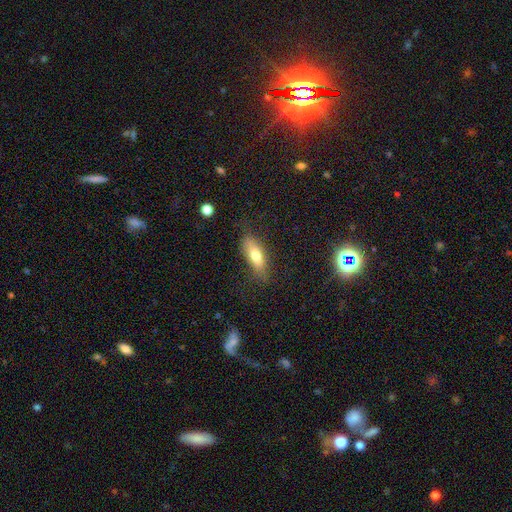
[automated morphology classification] smooth 70%, featured or disk 23%, star or artifact 8%. Down the decision tree: how rounded — in between (67%); merging — none (72%).